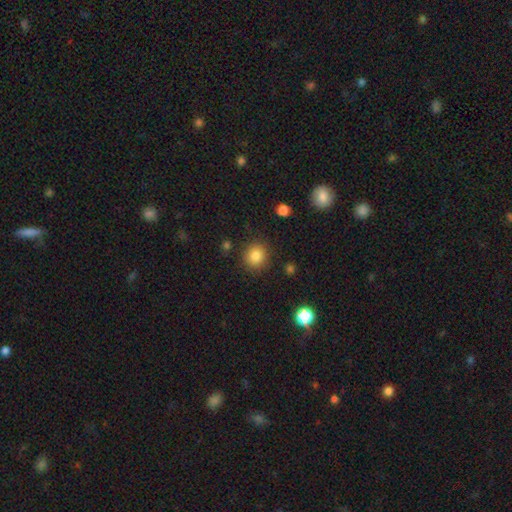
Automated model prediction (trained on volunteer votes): This is clearly a smooth galaxy (84%). How rounded: clearly round (89%). Merging: clearly none (88%).